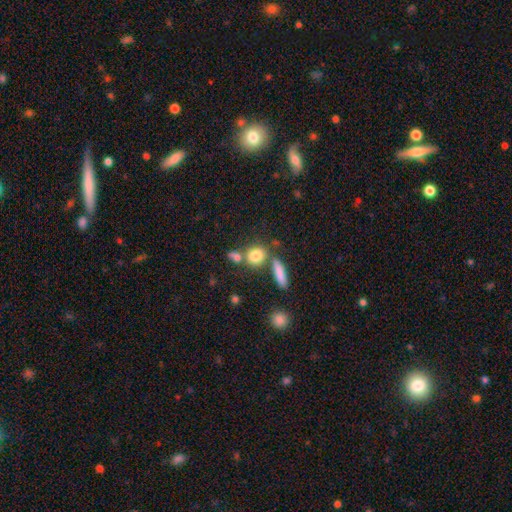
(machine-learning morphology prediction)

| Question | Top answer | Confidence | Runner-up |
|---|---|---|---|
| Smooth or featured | smooth | 81% | star or artifact (10%) |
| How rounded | round | 62% | in between (31%) |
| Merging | none | 59% | merger (25%) |